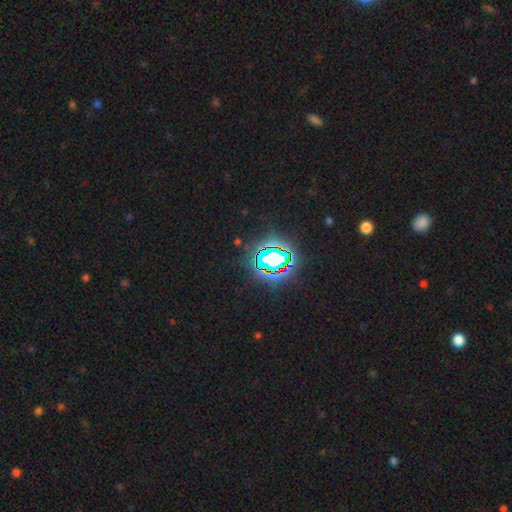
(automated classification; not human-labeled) A star or artifact, not a galaxy (84%).